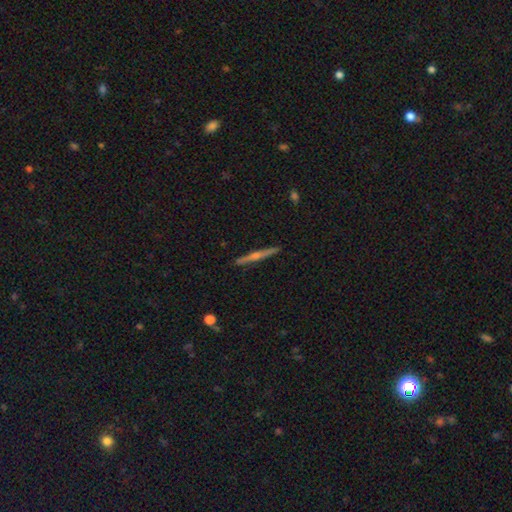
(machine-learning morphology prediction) smooth_or_featured: featured or disk (p=0.72) [alt: smooth p=0.22]
disk_edge_on: yes (p=0.98) [alt: no p=0.02]
edge_on_bulge: rounded (p=0.79) [alt: none p=0.14]
merging: none (p=0.91) [alt: minor disturbance p=0.06]